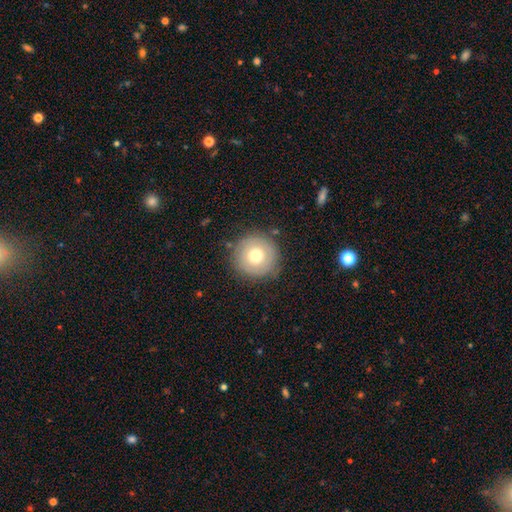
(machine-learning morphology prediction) Smooth or featured? smooth (70%)
How rounded? round (96%)
Merging? none (84%)